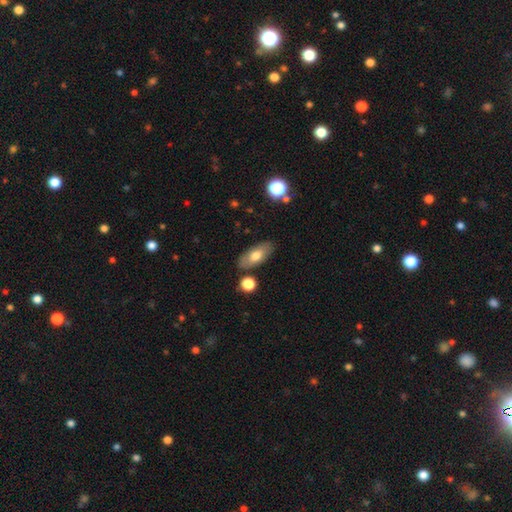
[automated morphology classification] This appears to be a smooth galaxy with no disk features (67%) that is in between round and cigar-shaped (85%). Merging: none (81%).